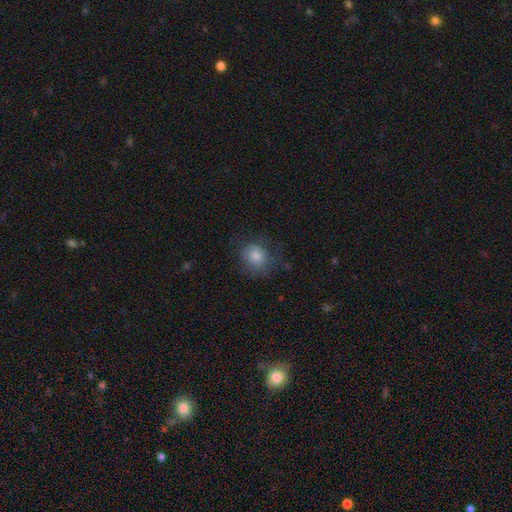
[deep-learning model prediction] This is likely a smooth galaxy (75%). How rounded: likely round (76%). Merging: likely none (67%).